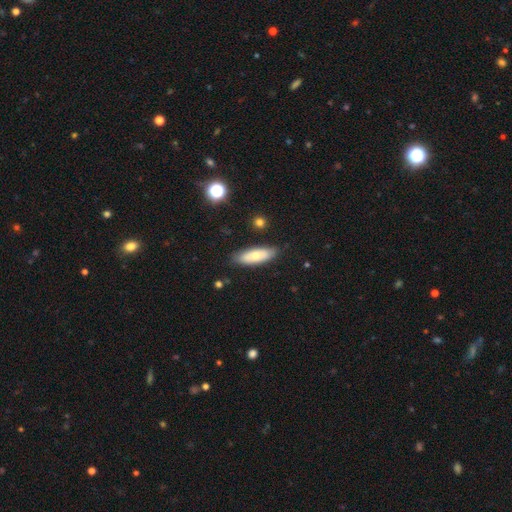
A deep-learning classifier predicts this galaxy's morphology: A smooth galaxy with no disk features (65%) that is in between round and cigar-shaped (65%). Merging: none (83%).